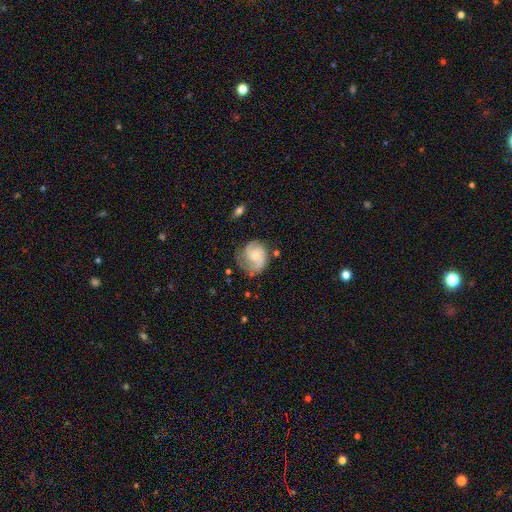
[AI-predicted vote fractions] Q: Smooth or featured?
A: featured or disk (84%); runner-up: smooth (10%)
Q: Edge-on disk?
A: no (98%); runner-up: yes (2%)
Q: Bar?
A: no (66%); runner-up: weak (30%)
Q: Spiral arms?
A: yes (97%); runner-up: no (3%)
Q: Spiral winding?
A: medium (47%); runner-up: tight (41%)
Q: Spiral arm count?
A: 2 (77%); runner-up: 3 (9%)
Q: Bulge size?
A: small (54%); runner-up: moderate (36%)
Q: Merging?
A: none (71%); runner-up: minor disturbance (19%)